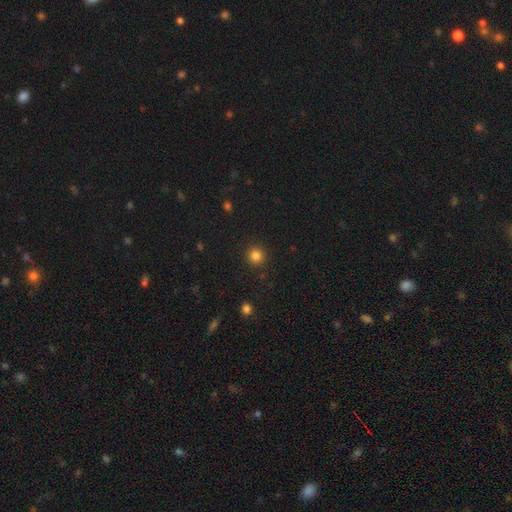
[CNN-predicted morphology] Q: Smooth or featured?
A: smooth (83%); runner-up: star or artifact (13%)
Q: How rounded?
A: round (95%); runner-up: in between (4%)
Q: Merging?
A: none (92%); runner-up: minor disturbance (5%)